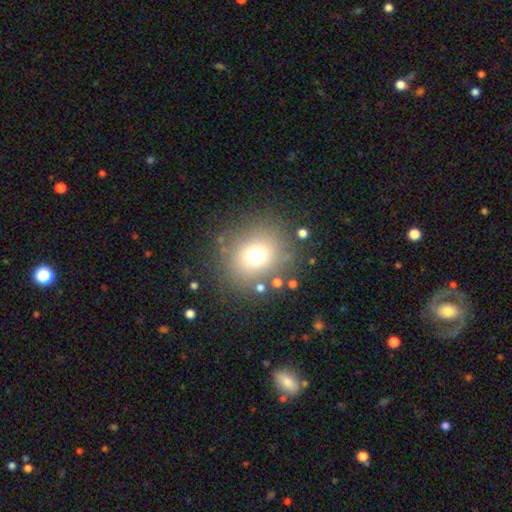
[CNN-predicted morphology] smooth-or-featured: smooth: 67% | star or artifact: 21% | featured or disk: 12%
  how-rounded: round: 83% | in between: 16% | cigar-shaped: 1%
  merging: none: 79% | minor disturbance: 9% | major disturbance: 7% | merger: 5%